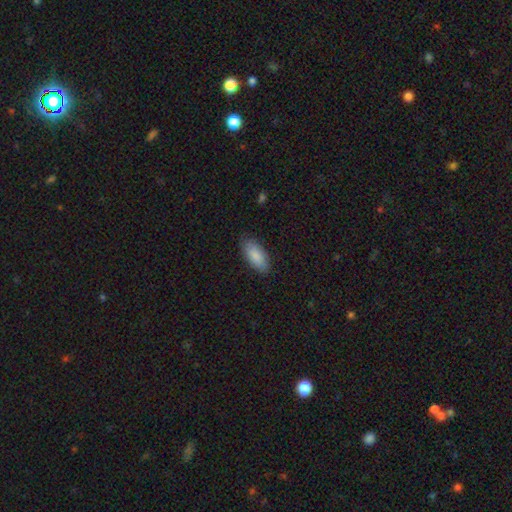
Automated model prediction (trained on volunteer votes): Overall: smooth (88%). How rounded: in between (87%). Merging: none (83%).